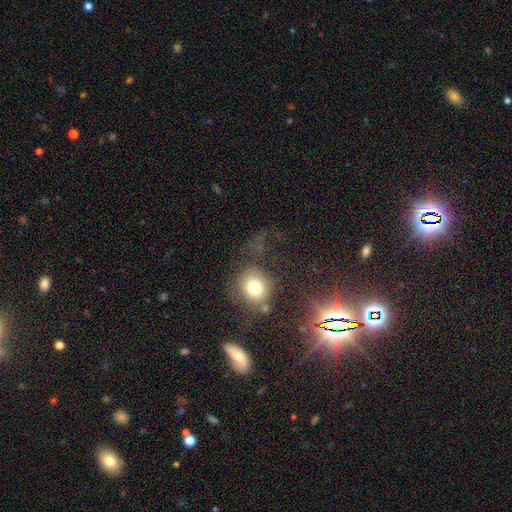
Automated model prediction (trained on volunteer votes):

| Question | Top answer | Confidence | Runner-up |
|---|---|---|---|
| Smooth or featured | star or artifact | 48% | smooth (38%) |